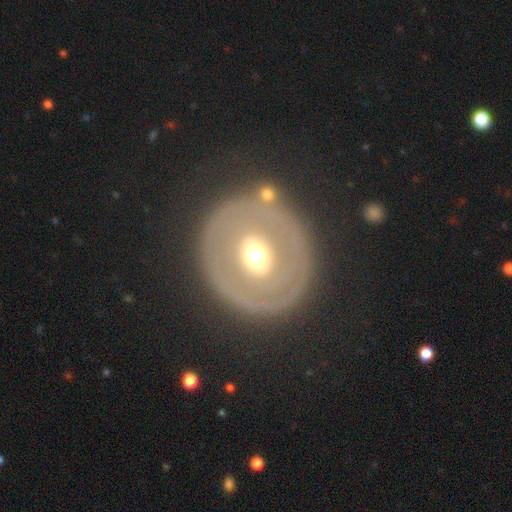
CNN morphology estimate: This appears to be a featured or disk galaxy (62%) with no bar (44%), no spiral arms (79%) and a moderate central bulge (71%). Merging: none (76%).